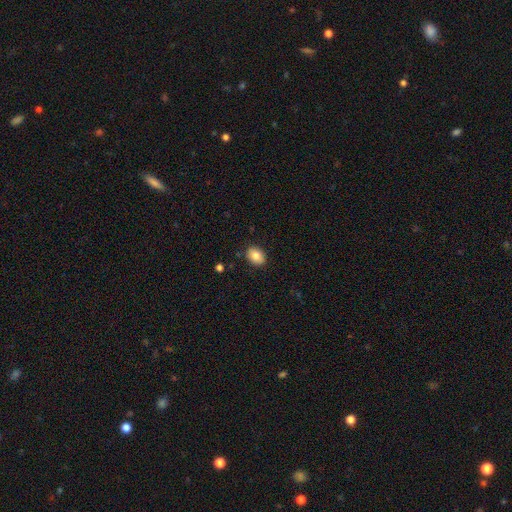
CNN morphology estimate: Smooth or featured: smooth — 84% (featured or disk — 8%)
How rounded: in between — 71% (round — 28%)
Merging: none — 87% (minor disturbance — 9%)